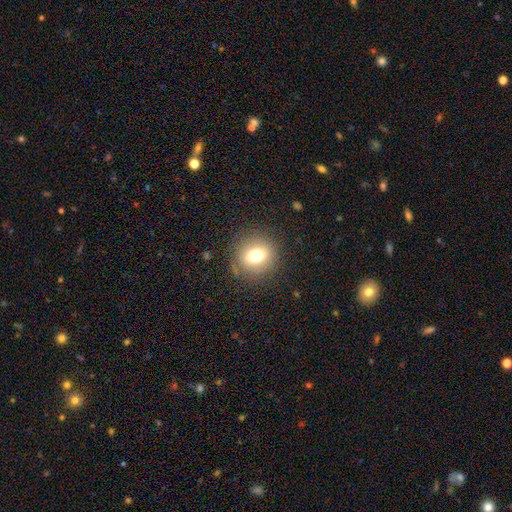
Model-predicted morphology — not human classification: The model was most divided on "smooth or featured": smooth: 72%, featured or disk: 15%, star or artifact: 14%. More confident: merging — none (85%); how rounded — round (83%).